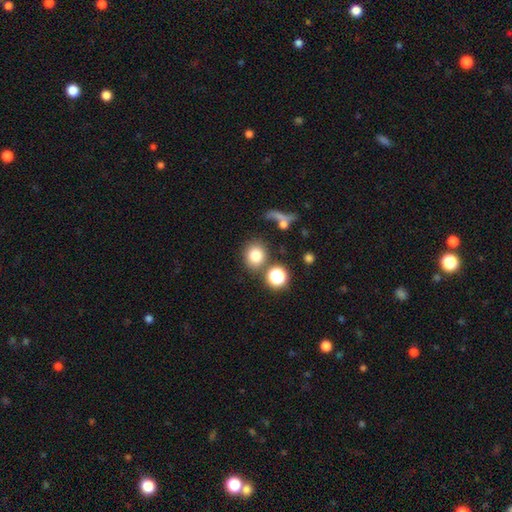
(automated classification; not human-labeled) Overall: smooth (79%). How rounded: round (79%). Merging: none (74%).